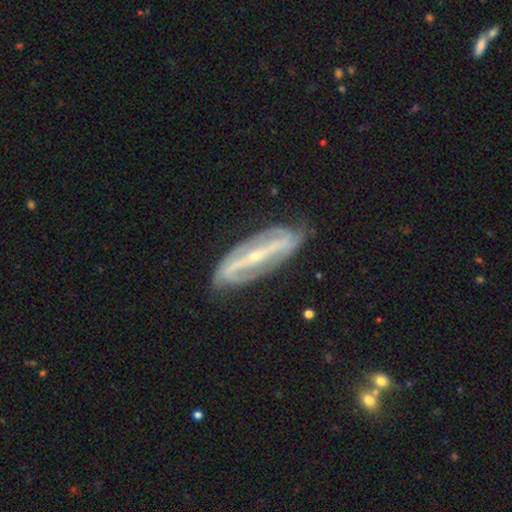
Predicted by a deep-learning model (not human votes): Smooth or featured?
  - featured or disk: 87% *
  - smooth: 8%
  - star or artifact: 5%
Edge-on disk?
  - no: 80% *
  - yes: 20%
Bar?
  - strong: 79% *
  - weak: 12%
  - no: 9%
Spiral arms?
  - yes: 86% *
  - no: 14%
Spiral winding?
  - tight: 37% *
  - medium: 36%
  - loose: 26%
Spiral arm count?
  - 2: 82% *
  - can't tell: 10%
  - 3: 2%
  - 1: 2%
  - 4: 2%
  - more than 4: 1%
Bulge size?
  - small: 78% *
  - moderate: 19%
  - none: 1%
  - large: 1%
  - dominant: 1%
Merging?
  - none: 79% *
  - minor disturbance: 14%
  - major disturbance: 5%
  - merger: 1%